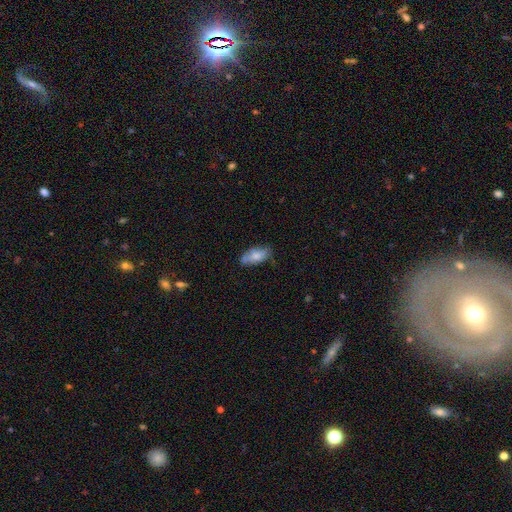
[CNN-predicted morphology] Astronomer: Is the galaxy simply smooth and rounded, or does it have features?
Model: smooth — 74%.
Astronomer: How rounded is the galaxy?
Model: in between — 88%.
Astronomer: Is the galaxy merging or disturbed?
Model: none — 57%.